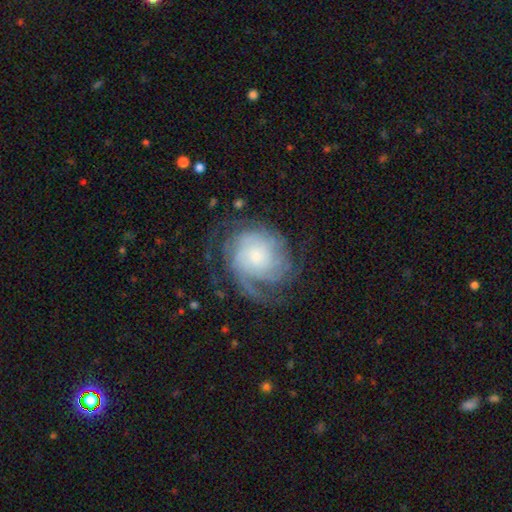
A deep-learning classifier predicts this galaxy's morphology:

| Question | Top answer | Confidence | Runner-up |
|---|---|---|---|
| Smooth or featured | featured or disk | 83% | smooth (10%) |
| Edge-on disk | no | 97% | yes (3%) |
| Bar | no | 77% | weak (20%) |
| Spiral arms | yes | 96% | no (4%) |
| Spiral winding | tight | 65% | medium (27%) |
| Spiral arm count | can't tell | 32% | 3 (22%) |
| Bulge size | small | 59% | moderate (28%) |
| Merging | none | 68% | minor disturbance (17%) |